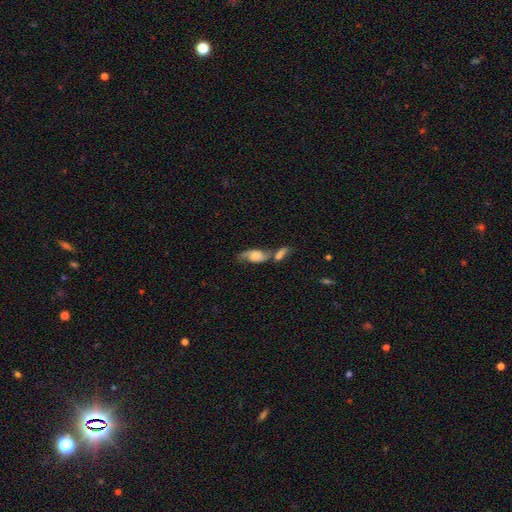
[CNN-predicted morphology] Smooth or featured?
  - featured or disk: 53% *
  - smooth: 39%
  - star or artifact: 8%
Edge-on disk?
  - no: 92% *
  - yes: 8%
Merging?
  - merger: 52% *
  - none: 24%
  - minor disturbance: 13%
  - major disturbance: 12%